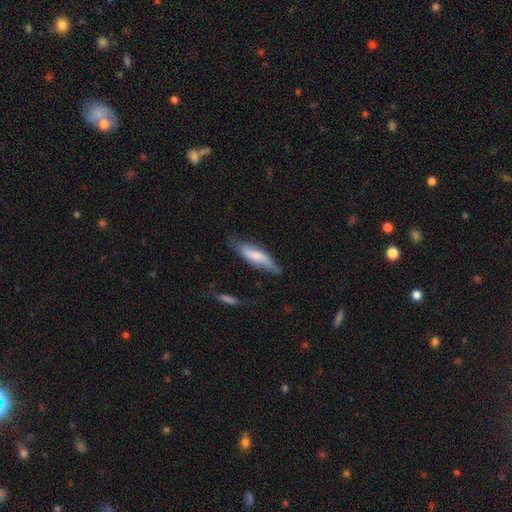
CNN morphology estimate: smooth 55%, featured or disk 39%, star or artifact 6%. Down the decision tree: how rounded — cigar-shaped (51%); merging — none (62%).